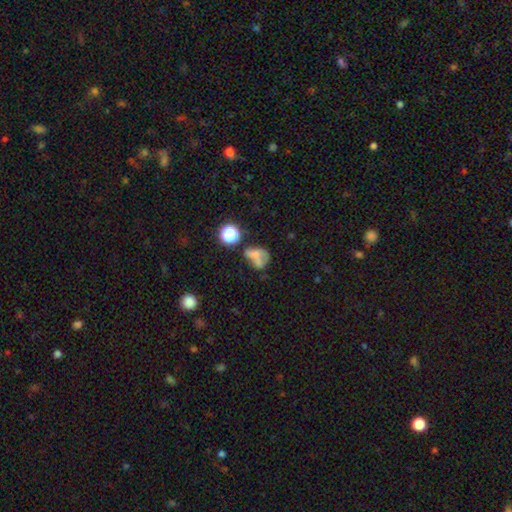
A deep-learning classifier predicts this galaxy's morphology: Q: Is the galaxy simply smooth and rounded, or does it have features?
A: smooth — 50%.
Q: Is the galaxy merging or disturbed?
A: none — 32%.